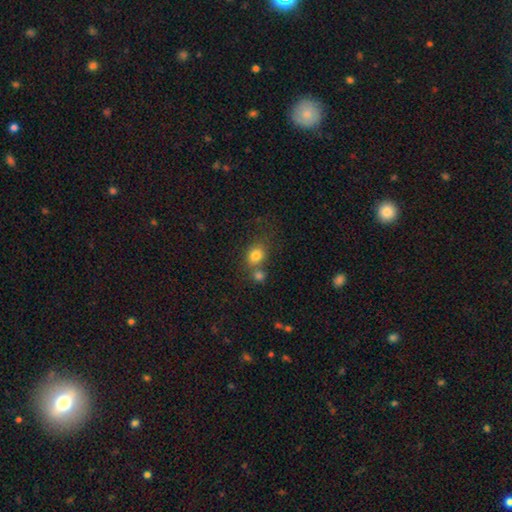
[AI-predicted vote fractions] Q: Smooth or featured?
A: smooth (80%); runner-up: star or artifact (11%)
Q: How rounded?
A: round (54%); runner-up: in between (45%)
Q: Merging?
A: none (49%); runner-up: merger (35%)